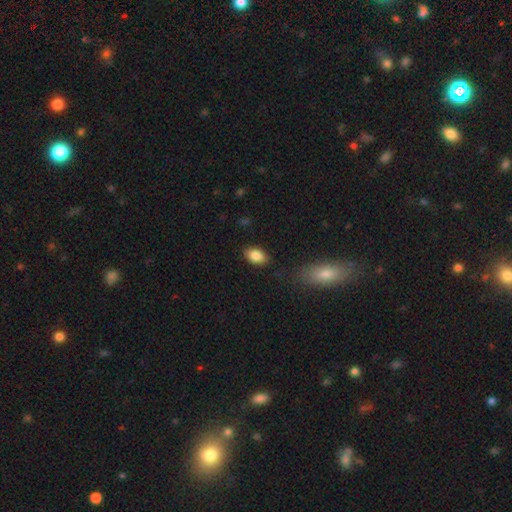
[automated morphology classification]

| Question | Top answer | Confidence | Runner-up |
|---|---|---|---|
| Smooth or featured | smooth | 85% | star or artifact (8%) |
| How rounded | in between | 87% | round (11%) |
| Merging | none | 85% | minor disturbance (11%) |